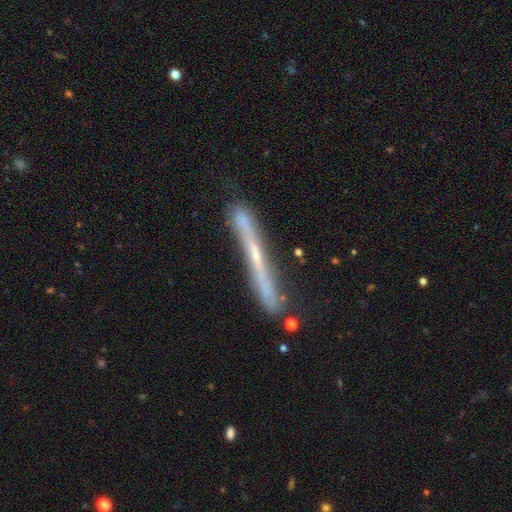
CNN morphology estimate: This appears to be a featured or disk galaxy (66%) viewed edge-on (92%) with no central bulge (71%). Merging: none (74%).